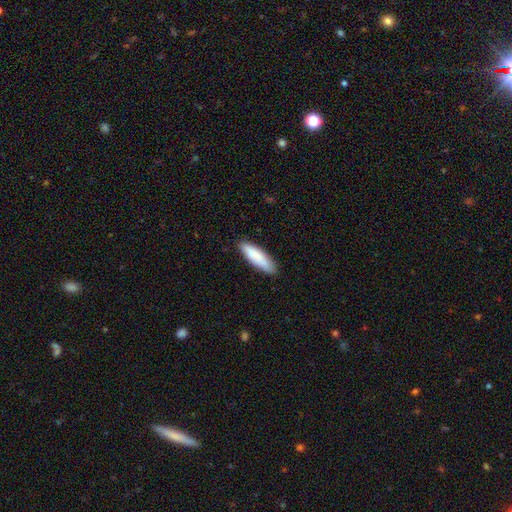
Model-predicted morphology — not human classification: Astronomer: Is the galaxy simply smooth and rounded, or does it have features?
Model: smooth — 84%.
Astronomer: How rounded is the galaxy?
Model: cigar-shaped — 62%.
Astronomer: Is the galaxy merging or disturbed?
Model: none — 84%.